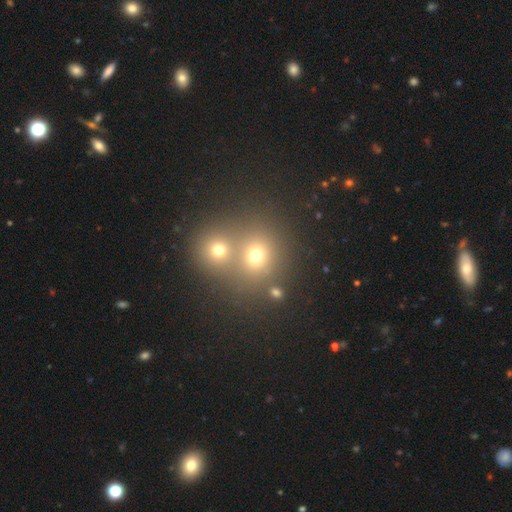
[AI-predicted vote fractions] smooth_or_featured: smooth (p=0.67) [alt: star or artifact p=0.21]
how_rounded: round (p=0.83) [alt: in between p=0.16]
merging: merger (p=0.46) [alt: none p=0.45]